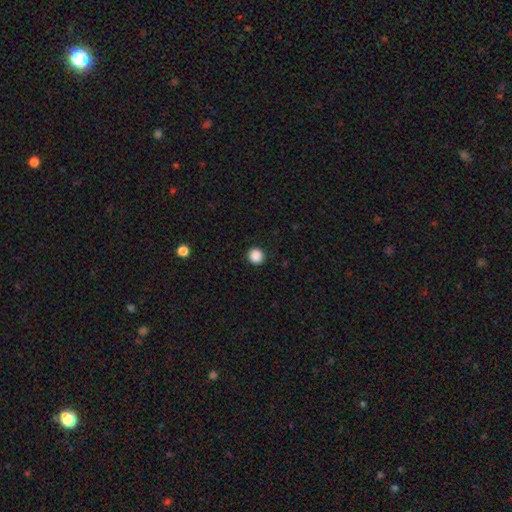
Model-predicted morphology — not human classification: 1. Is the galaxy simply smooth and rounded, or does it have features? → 88% smooth, 10% star or artifact, 2% featured or disk.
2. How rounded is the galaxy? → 91% round, 8% in between, 1% cigar-shaped.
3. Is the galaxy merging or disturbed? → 92% none, 5% minor disturbance, 2% major disturbance, 1% merger.